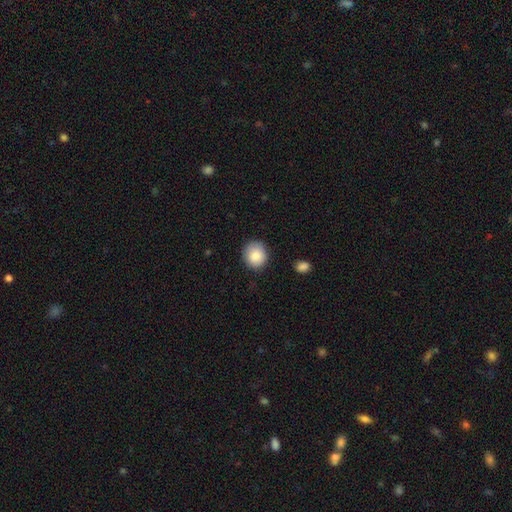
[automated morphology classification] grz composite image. It shows a smooth galaxy with no disk features (87%) that is round (81%). Merging: none (84%).